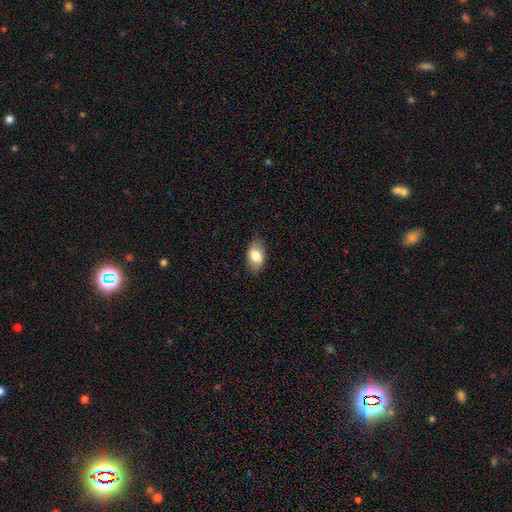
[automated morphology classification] Smooth or featured: smooth — 78% (featured or disk — 14%)
How rounded: in between — 89% (round — 9%)
Merging: none — 83% (minor disturbance — 13%)